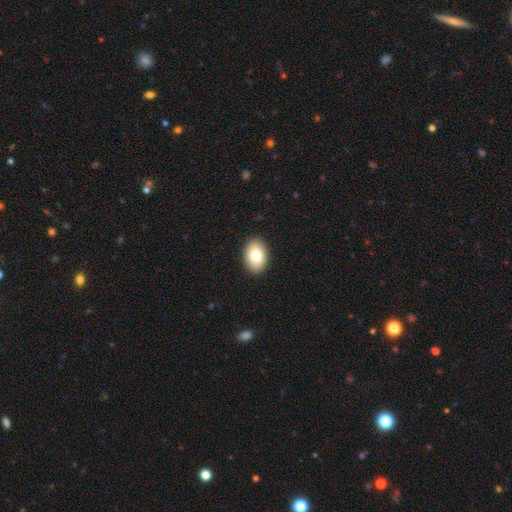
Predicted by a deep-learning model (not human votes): The model was most divided on "smooth or featured": smooth: 79%, featured or disk: 14%, star or artifact: 8%. More confident: merging — none (90%); how rounded — in between (83%).